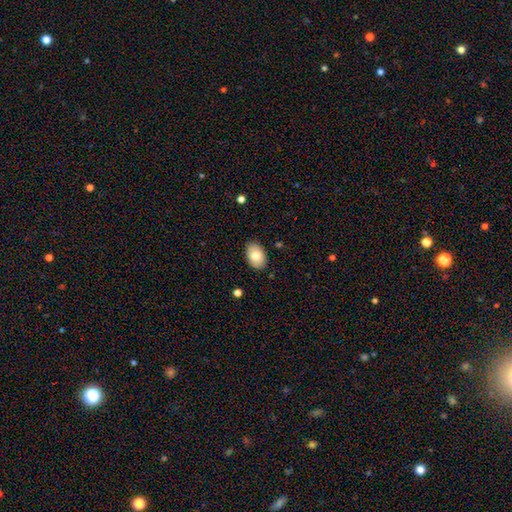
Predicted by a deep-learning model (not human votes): Smooth or featured? Predicted: smooth (p=0.80). How rounded? Predicted: in between (p=0.90). Merging? Predicted: none (p=0.86).